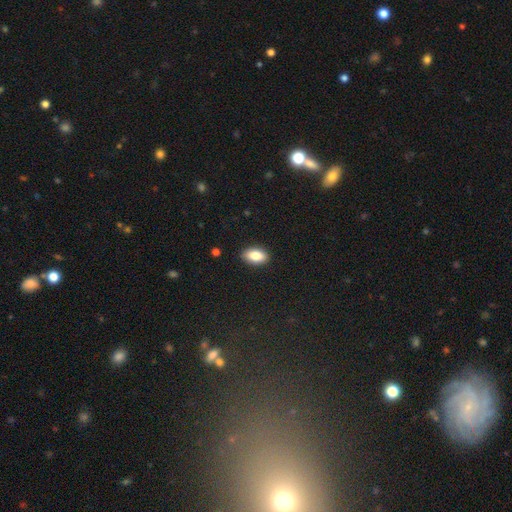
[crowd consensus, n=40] Volunteers were most divided on "smooth or featured": smooth: 78%, star or artifact: 12%, featured or disk: 10%. More confident: how rounded — in between (97%); merging — none (89%).